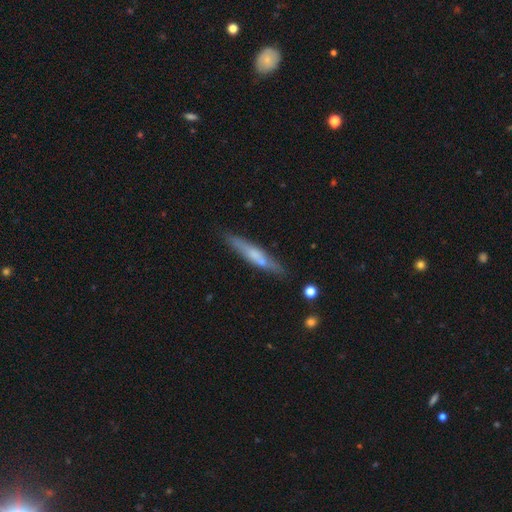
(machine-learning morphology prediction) The model was most divided on "smooth or featured": smooth: 49%, featured or disk: 44%, star or artifact: 6%. More confident: merging — none (80%).